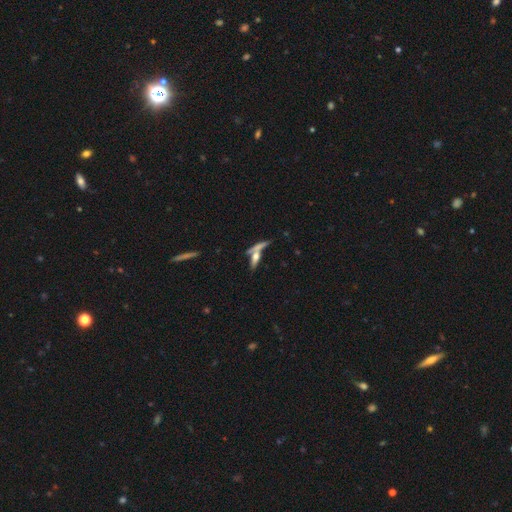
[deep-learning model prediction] Smooth or featured? featured or disk (46%)
Merging? none (45%)